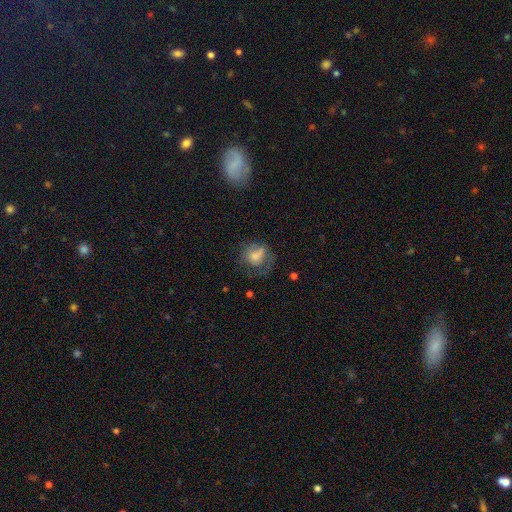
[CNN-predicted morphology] A smooth galaxy with no disk features (62%) that is round (66%). Merging: none (41%).